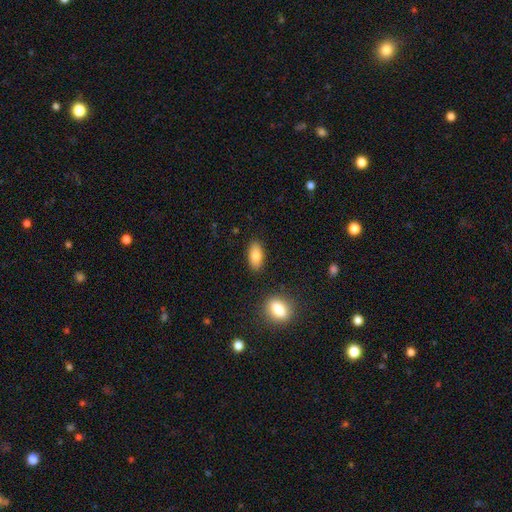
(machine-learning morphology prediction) This appears to be a smooth galaxy with no disk features (83%) that is in between round and cigar-shaped (89%). Merging: none (86%).